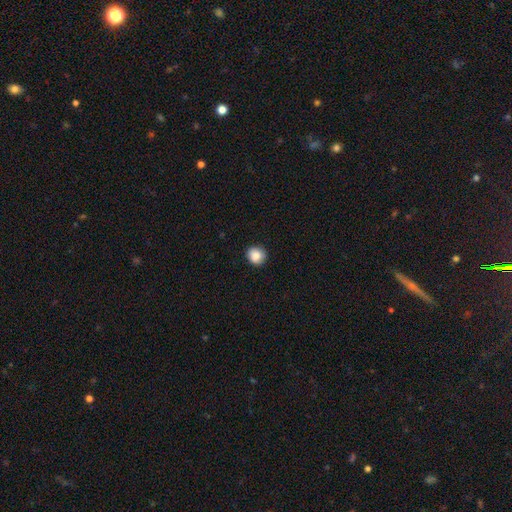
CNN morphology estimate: This is clearly a smooth galaxy (86%). How rounded: clearly round (87%). Merging: clearly none (89%).